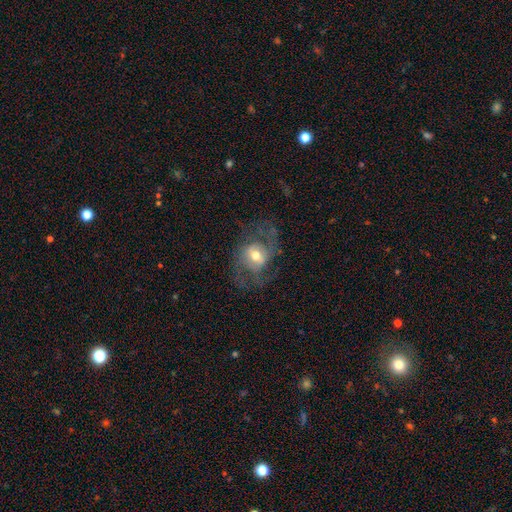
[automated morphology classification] Smooth or featured? Predicted: featured or disk (p=0.62). Edge-on disk? Predicted: no (p=0.96). Bar? Predicted: no (p=0.47). Spiral arms? Predicted: yes (p=0.69). Bulge size? Predicted: moderate (p=0.70). Merging? Predicted: none (p=0.50).